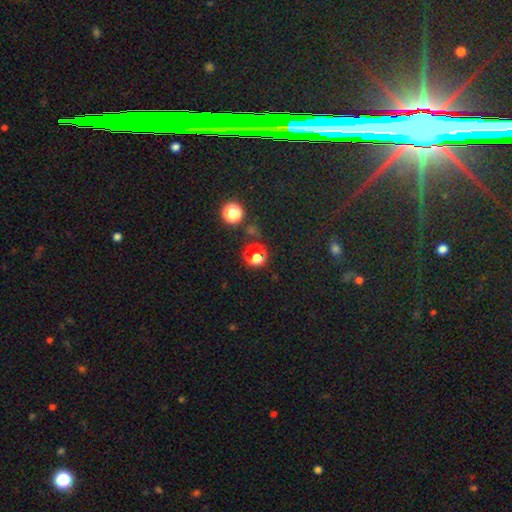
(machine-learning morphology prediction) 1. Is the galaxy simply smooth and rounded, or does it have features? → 58% smooth, 36% star or artifact, 6% featured or disk.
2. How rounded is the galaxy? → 90% round, 9% in between, 1% cigar-shaped.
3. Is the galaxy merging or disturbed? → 80% none, 10% minor disturbance, 5% merger, 5% major disturbance.